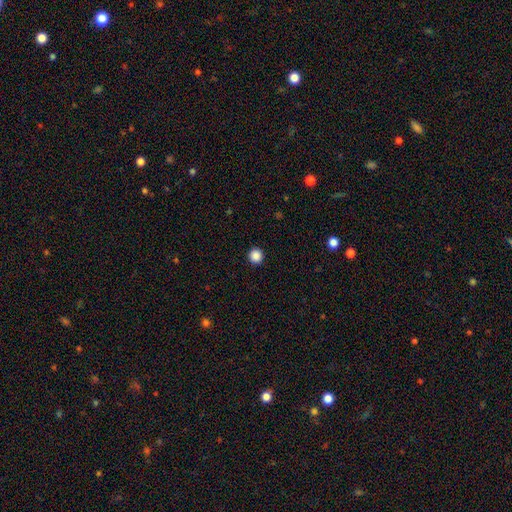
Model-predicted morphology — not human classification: type=smooth (88%); roundness=round (95%); merging=none (93%).